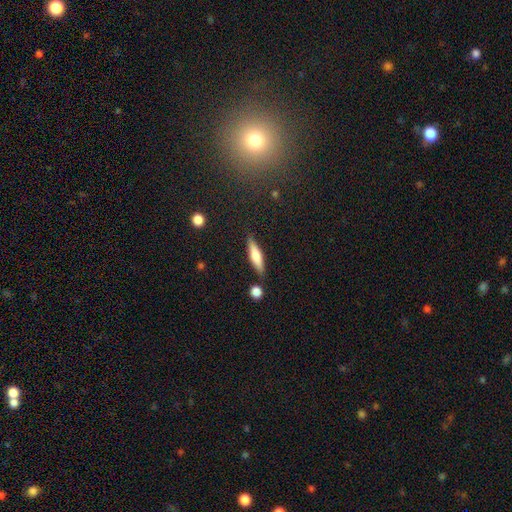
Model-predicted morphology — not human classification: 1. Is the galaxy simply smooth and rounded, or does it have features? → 60% smooth, 33% featured or disk, 7% star or artifact.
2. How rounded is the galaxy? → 73% cigar-shaped, 25% in between, 2% round.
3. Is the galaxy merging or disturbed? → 82% none, 10% minor disturbance, 5% merger, 3% major disturbance.